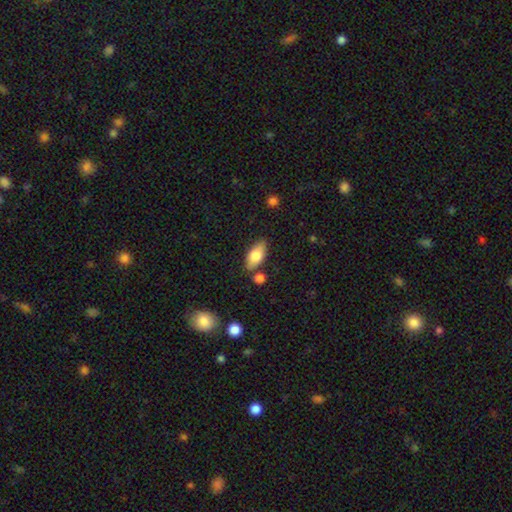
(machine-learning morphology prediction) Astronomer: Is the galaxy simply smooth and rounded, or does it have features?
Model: smooth — 75%.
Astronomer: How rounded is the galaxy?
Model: in between — 88%.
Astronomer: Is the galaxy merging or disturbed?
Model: none — 76%.